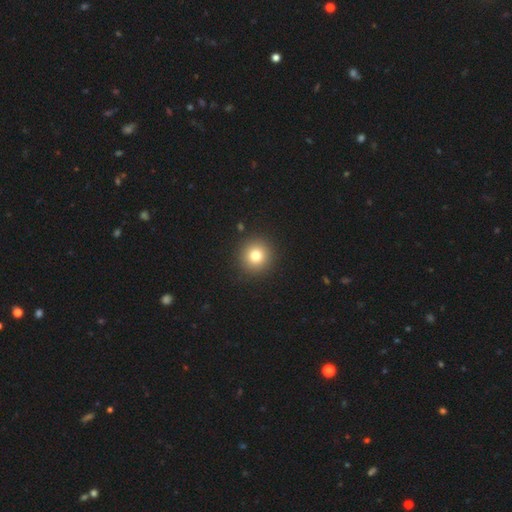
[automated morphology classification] The model was most divided on "smooth or featured": smooth: 79%, star or artifact: 12%, featured or disk: 9%. More confident: how rounded — round (94%); merging — none (91%).